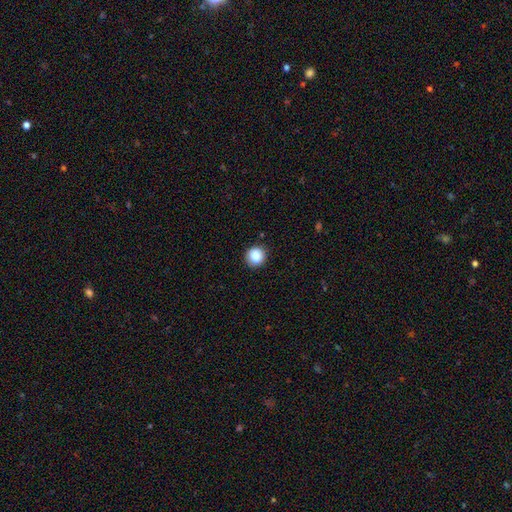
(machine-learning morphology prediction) This is clearly a smooth galaxy (87%). How rounded: clearly round (92%). Merging: clearly none (90%).